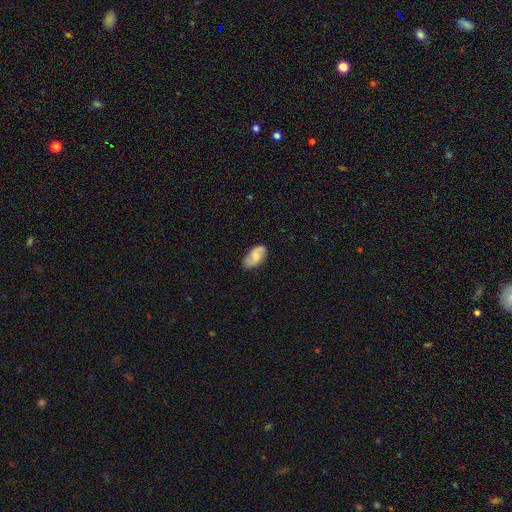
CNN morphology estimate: Q: Smooth or featured?
A: smooth (62%); runner-up: featured or disk (31%)
Q: How rounded?
A: in between (93%); runner-up: cigar-shaped (3%)
Q: Merging?
A: none (81%); runner-up: minor disturbance (15%)